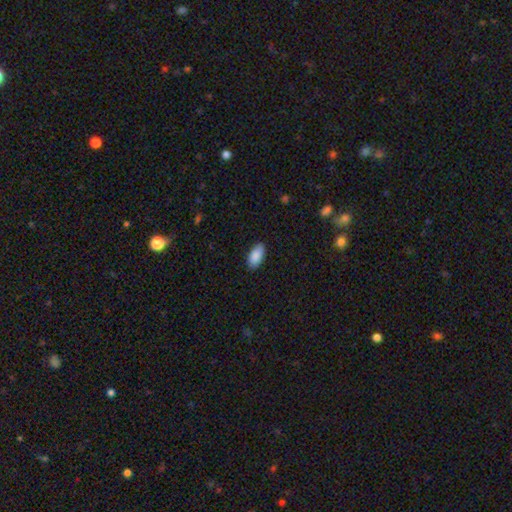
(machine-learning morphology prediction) Overall: smooth (89%). How rounded: in between (94%). Merging: none (87%).